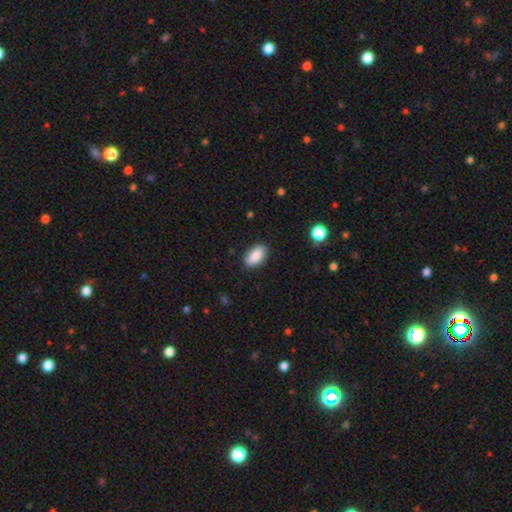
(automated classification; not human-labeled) Q: Smooth or featured?
A: smooth (85%); runner-up: featured or disk (8%)
Q: How rounded?
A: in between (92%); runner-up: round (4%)
Q: Merging?
A: none (86%); runner-up: minor disturbance (11%)